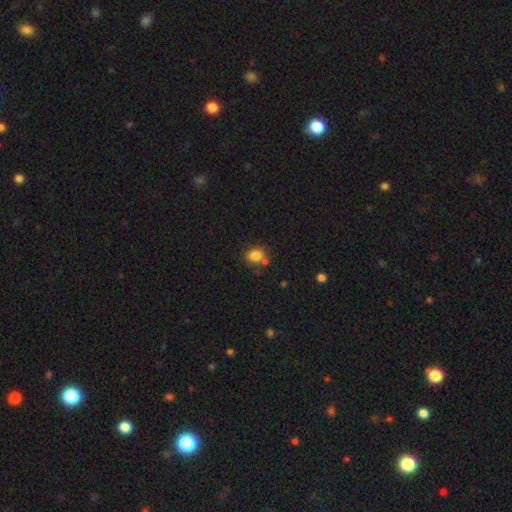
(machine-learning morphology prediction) A smooth galaxy with no disk features (81%) that is round (60%). Merging: none (65%).